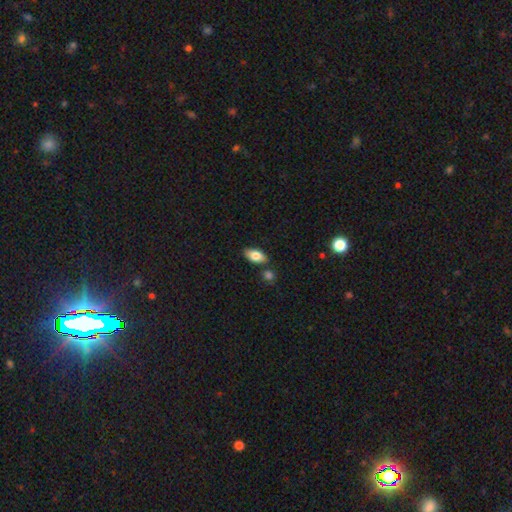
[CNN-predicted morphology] This appears to be a smooth galaxy with no disk features (77%) that is in between round and cigar-shaped (90%). Merging: none (79%).